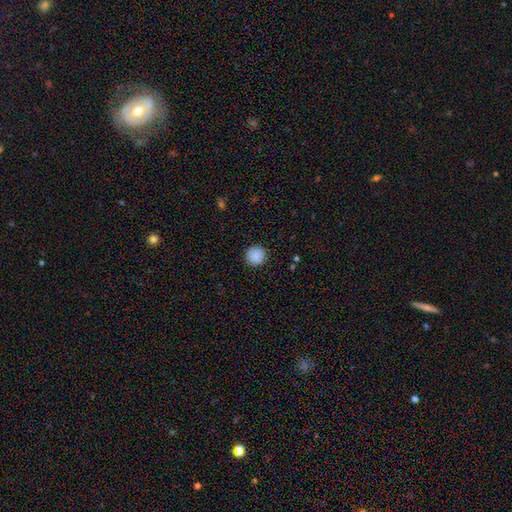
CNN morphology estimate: Smooth or featured? smooth (89%)
How rounded? round (94%)
Merging? none (92%)